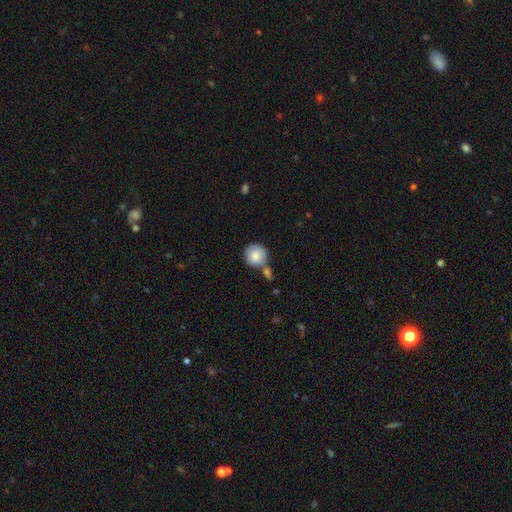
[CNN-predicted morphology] type=smooth (81%); roundness=round (90%); merging=none (47%).